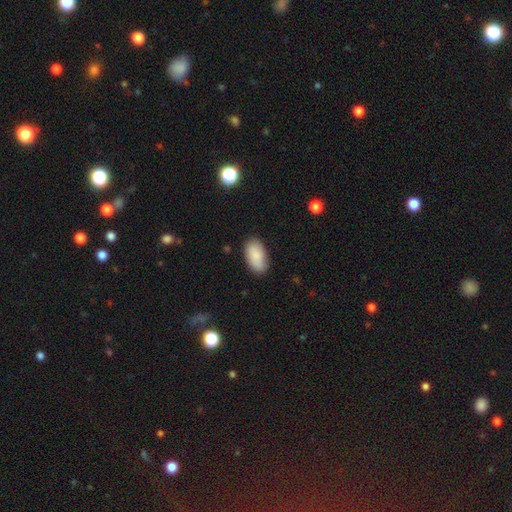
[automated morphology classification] smooth 86%, featured or disk 8%, star or artifact 6%. Down the decision tree: how rounded — in between (94%); merging — none (81%).